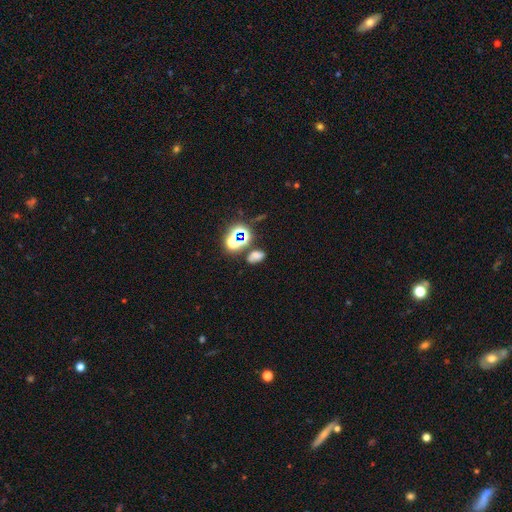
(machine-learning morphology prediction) Q: Smooth or featured?
A: smooth (52%); runner-up: star or artifact (34%)
Q: How rounded?
A: in between (78%); runner-up: round (20%)
Q: Merging?
A: none (63%); runner-up: minor disturbance (16%)